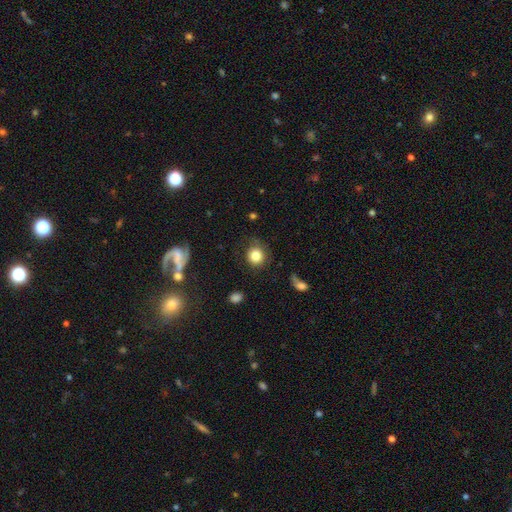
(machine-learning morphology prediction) Overall: smooth (81%). How rounded: round (88%). Merging: none (75%).